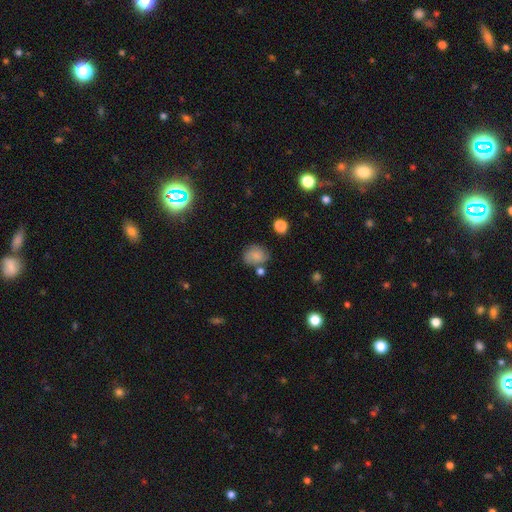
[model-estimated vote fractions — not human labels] The model was most divided on "how rounded": round: 63%, in between: 35%, cigar-shaped: 1%. More confident: smooth or featured — smooth (73%); merging — none (61%).